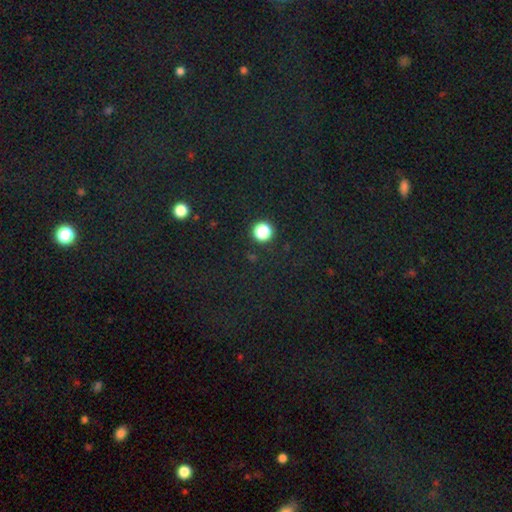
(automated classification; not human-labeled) Smooth or featured? Predicted: star or artifact (p=0.71).